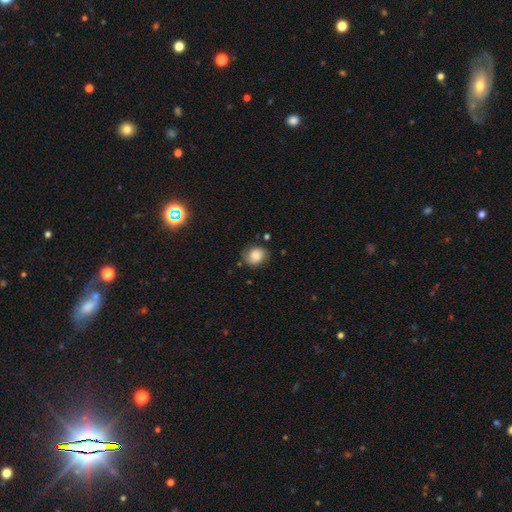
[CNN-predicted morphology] Smooth or featured? smooth (61%)
How rounded? round (64%)
Merging? none (68%)